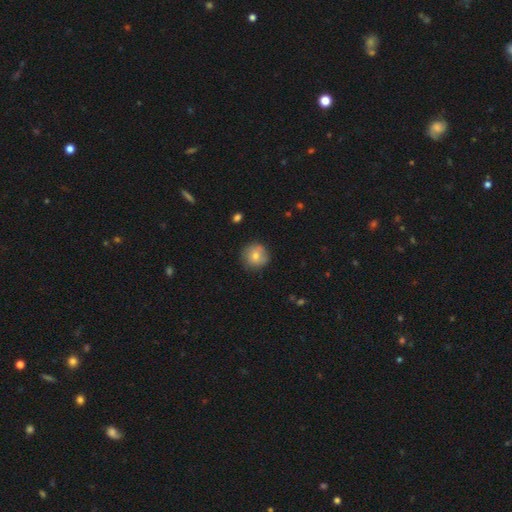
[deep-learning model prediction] Smooth or featured? Predicted: smooth (p=0.74). How rounded? Predicted: round (p=0.93). Merging? Predicted: none (p=0.80).